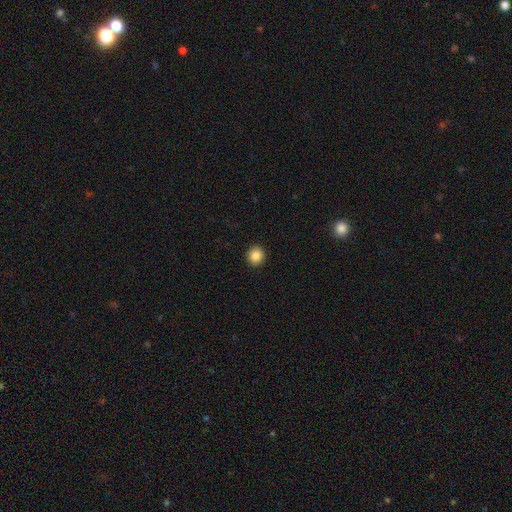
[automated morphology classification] The model was most divided on "smooth or featured": smooth: 86%, star or artifact: 10%, featured or disk: 4%. More confident: merging — none (93%); how rounded — round (90%).